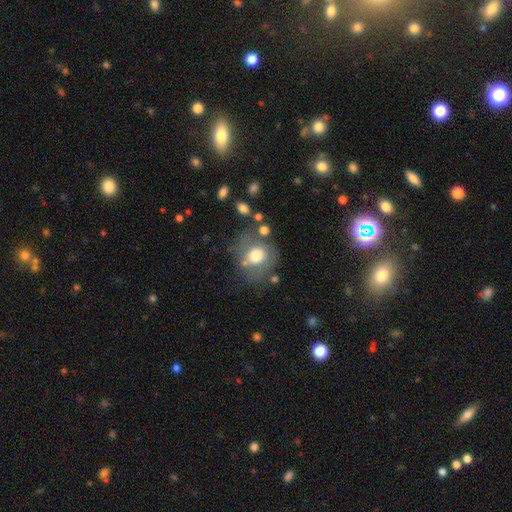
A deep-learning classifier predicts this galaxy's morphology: This is likely a smooth galaxy (65%). How rounded: likely round (69%). Merging: likely none (60%).